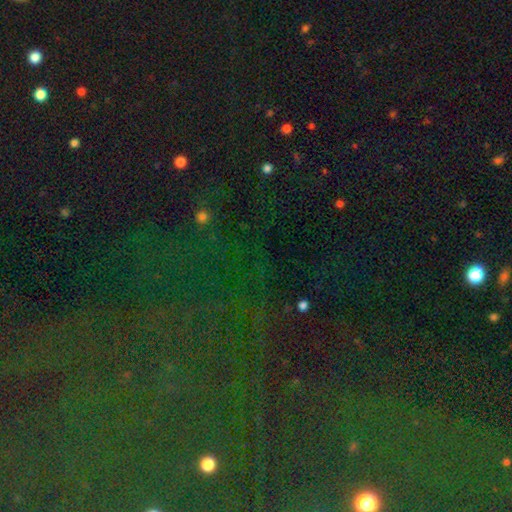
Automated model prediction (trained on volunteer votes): star or artifact 79%, smooth 12%, featured or disk 8%.